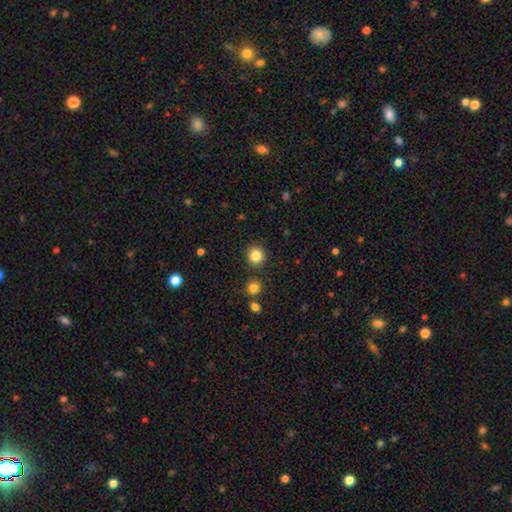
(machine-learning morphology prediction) smooth 85%, star or artifact 11%, featured or disk 5%. Down the decision tree: how rounded — round (92%); merging — none (88%).